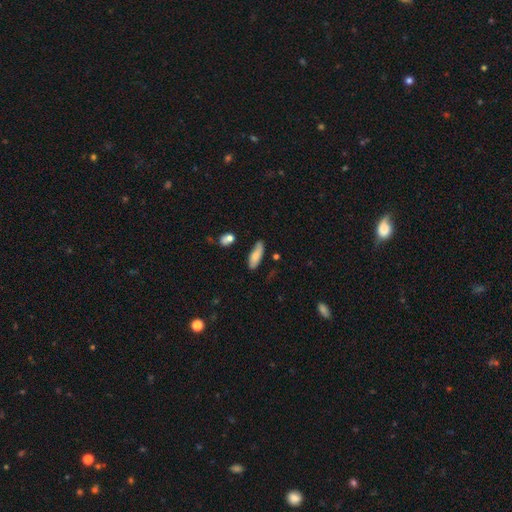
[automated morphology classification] A smooth galaxy with no disk features (76%) that is in between round and cigar-shaped (64%). Merging: none (71%).